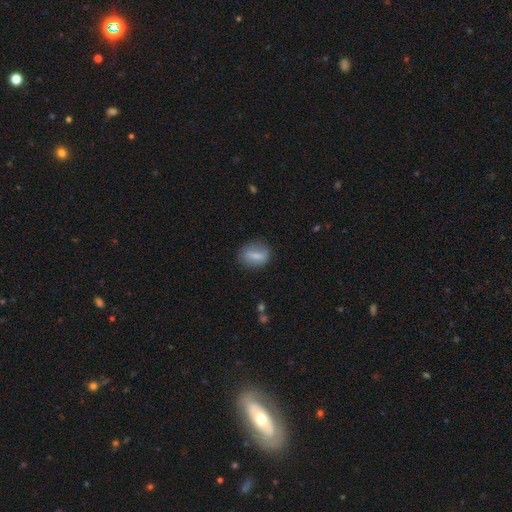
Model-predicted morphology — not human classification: Q: Smooth or featured?
A: smooth (61%); runner-up: featured or disk (31%)
Q: How rounded?
A: in between (63%); runner-up: round (28%)
Q: Merging?
A: none (76%); runner-up: minor disturbance (16%)